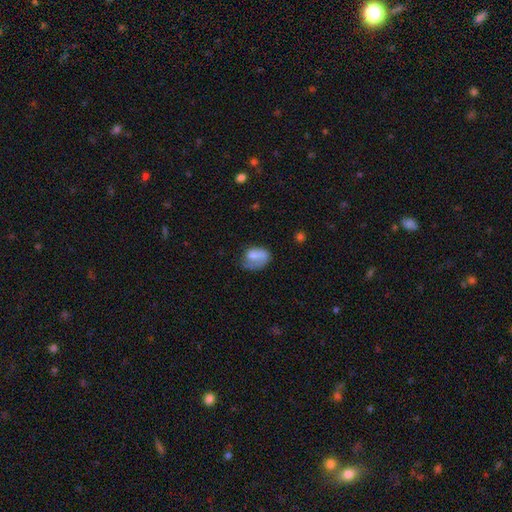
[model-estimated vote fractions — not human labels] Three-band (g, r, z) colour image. It shows a smooth galaxy with no disk features (63%) that is in between round and cigar-shaped (75%). Merging: none (34%).